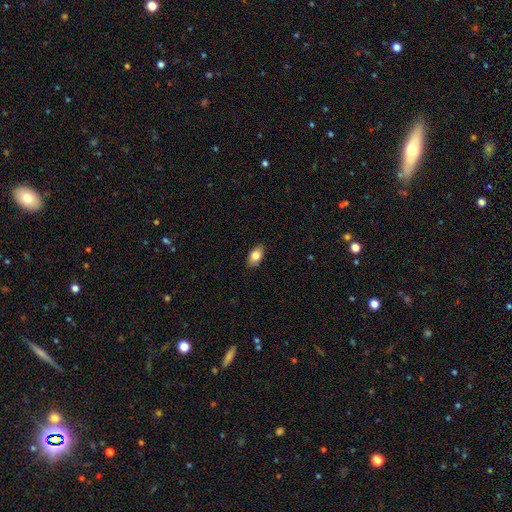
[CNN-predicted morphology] A smooth galaxy with no disk features (81%) that is in between round and cigar-shaped (90%). Merging: none (86%).